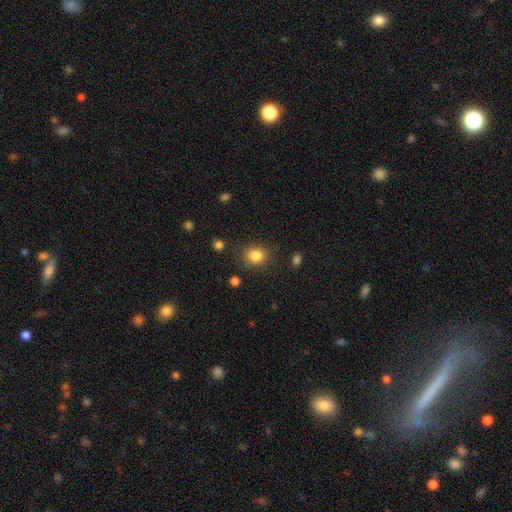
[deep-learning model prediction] Q: Smooth or featured?
A: smooth (85%); runner-up: star or artifact (10%)
Q: How rounded?
A: round (76%); runner-up: in between (23%)
Q: Merging?
A: none (82%); runner-up: minor disturbance (11%)